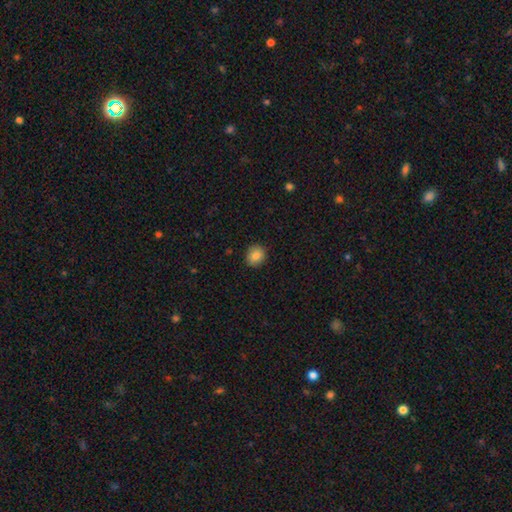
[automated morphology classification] This is clearly a smooth galaxy (83%). How rounded: clearly round (83%). Merging: clearly none (89%).